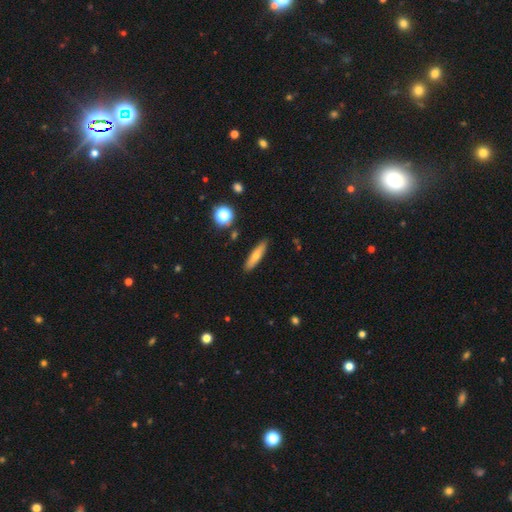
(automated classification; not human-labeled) This is likely a smooth galaxy (67%). How rounded: likely cigar-shaped (75%). Merging: clearly none (88%).